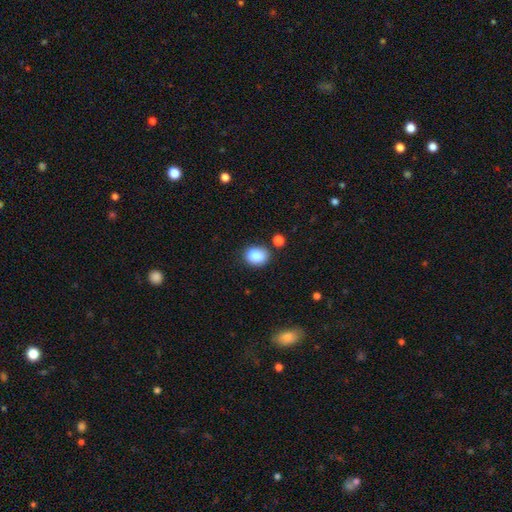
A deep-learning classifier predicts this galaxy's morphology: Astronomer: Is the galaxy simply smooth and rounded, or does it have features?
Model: smooth — 85%.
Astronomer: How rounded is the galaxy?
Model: in between — 53% (runner-up: round, 46%).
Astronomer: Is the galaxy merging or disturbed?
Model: none — 72%.